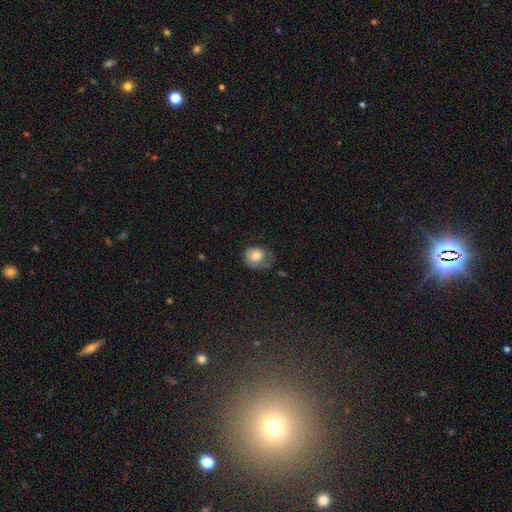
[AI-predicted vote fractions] smooth-or-featured: smooth: 76% | featured or disk: 15% | star or artifact: 9%
  how-rounded: round: 59% | in between: 40% | cigar-shaped: 1%
  merging: minor disturbance: 36% | none: 34% | major disturbance: 29% | merger: 2%